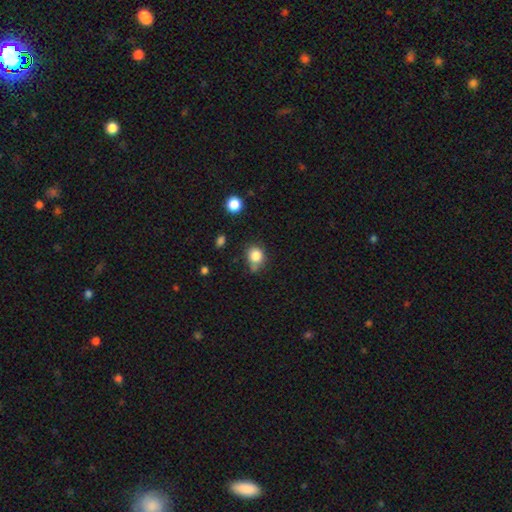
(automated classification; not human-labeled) smooth 83%, star or artifact 11%, featured or disk 7%. Down the decision tree: how rounded — round (73%); merging — none (59%).